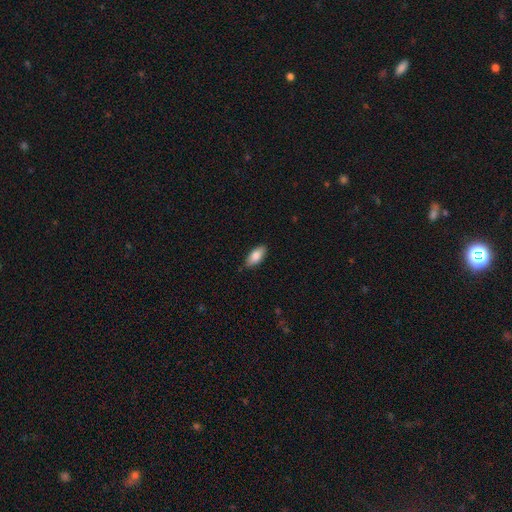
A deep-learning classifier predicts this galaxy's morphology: This is clearly a smooth galaxy (84%). How rounded: clearly in between (89%). Merging: clearly none (83%).